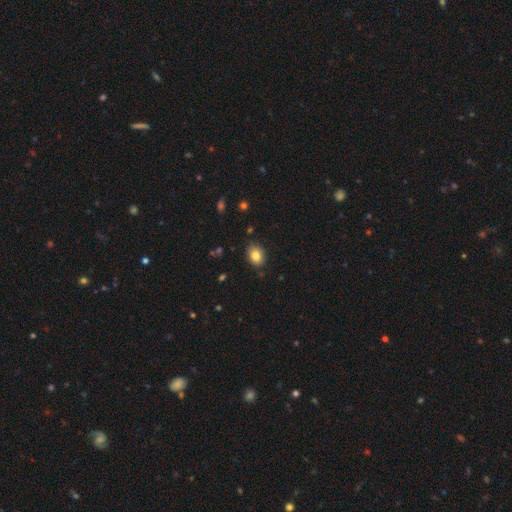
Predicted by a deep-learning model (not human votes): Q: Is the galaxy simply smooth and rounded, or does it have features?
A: smooth — 83%.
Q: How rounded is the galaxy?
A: in between — 66%.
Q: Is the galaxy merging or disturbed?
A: none — 84%.